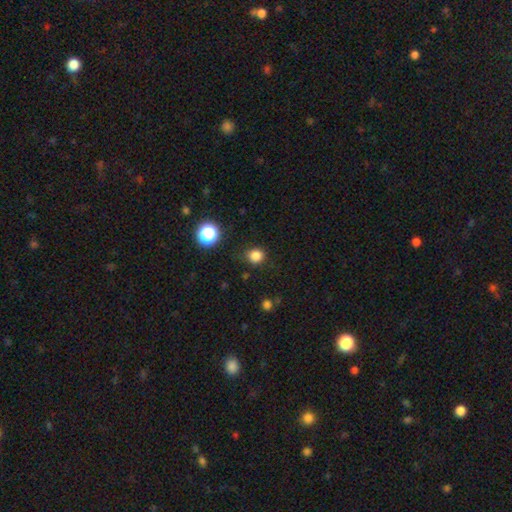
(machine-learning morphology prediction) Q: Smooth or featured?
A: smooth (82%); runner-up: star or artifact (14%)
Q: How rounded?
A: round (84%); runner-up: in between (15%)
Q: Merging?
A: none (81%); runner-up: minor disturbance (13%)